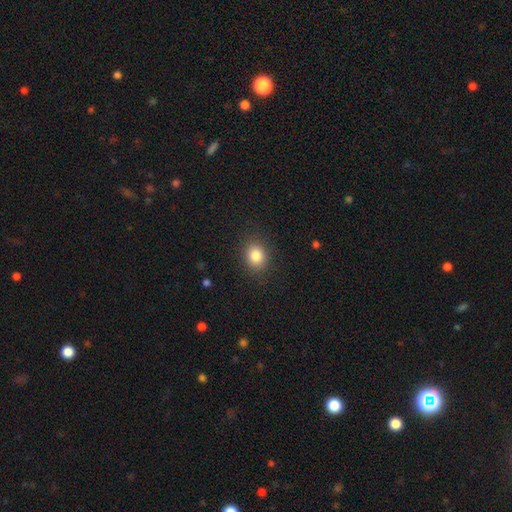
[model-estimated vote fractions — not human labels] Q: Smooth or featured?
A: smooth (84%); runner-up: star or artifact (10%)
Q: How rounded?
A: round (63%); runner-up: in between (36%)
Q: Merging?
A: none (87%); runner-up: minor disturbance (9%)